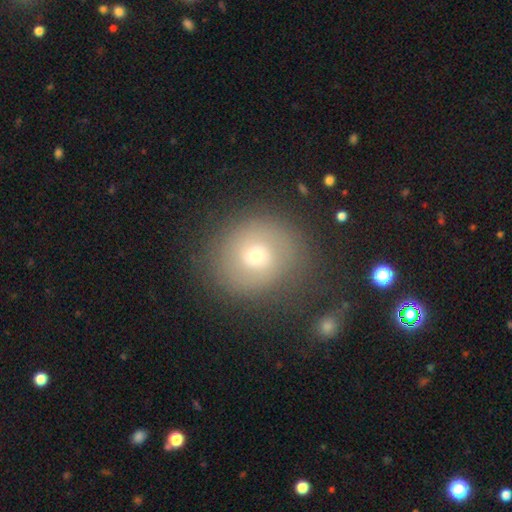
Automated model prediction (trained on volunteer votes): Smooth or featured?
  - smooth: 50% *
  - featured or disk: 38%
  - star or artifact: 11%
How rounded?
  - round: 80% *
  - in between: 19%
  - cigar-shaped: 1%
Merging?
  - none: 74% *
  - minor disturbance: 14%
  - major disturbance: 8%
  - merger: 4%